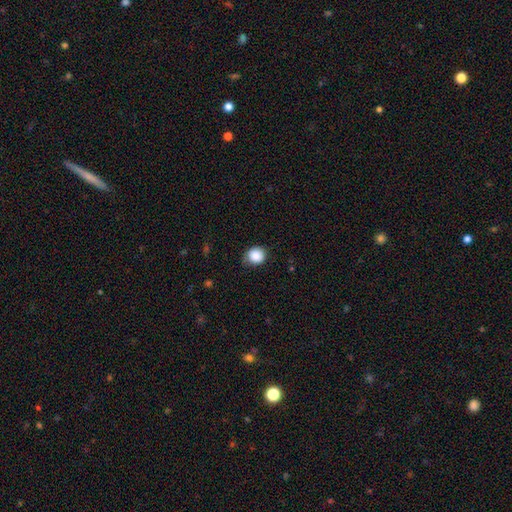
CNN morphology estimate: A smooth galaxy with no disk features (88%) that is round (79%). Merging: none (68%).